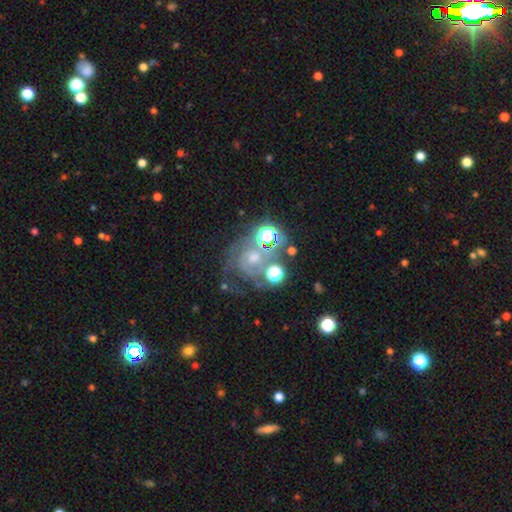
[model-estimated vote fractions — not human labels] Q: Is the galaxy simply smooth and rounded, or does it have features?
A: featured or disk — 60%.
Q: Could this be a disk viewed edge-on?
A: no — 97%.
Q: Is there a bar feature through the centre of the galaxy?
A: no — 69%.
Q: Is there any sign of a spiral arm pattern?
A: yes — 86%.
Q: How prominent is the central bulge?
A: small — 46%.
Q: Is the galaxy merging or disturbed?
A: none — 52%.